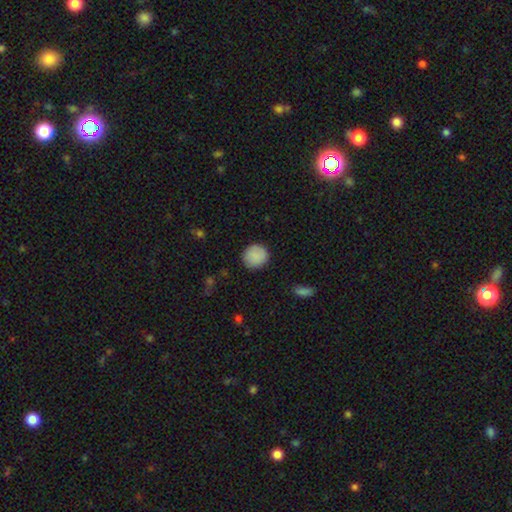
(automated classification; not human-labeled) A smooth galaxy with no disk features (88%) that is round (90%). Merging: none (88%).